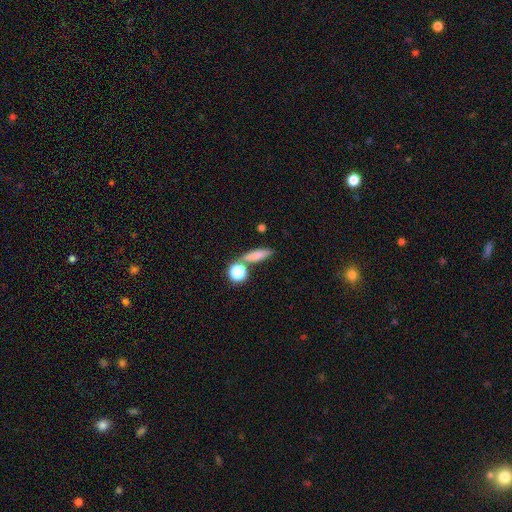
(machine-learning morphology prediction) The model was most divided on "how rounded": cigar-shaped: 53%, in between: 33%, round: 13%. More confident: smooth or featured — smooth (77%); merging — none (70%).